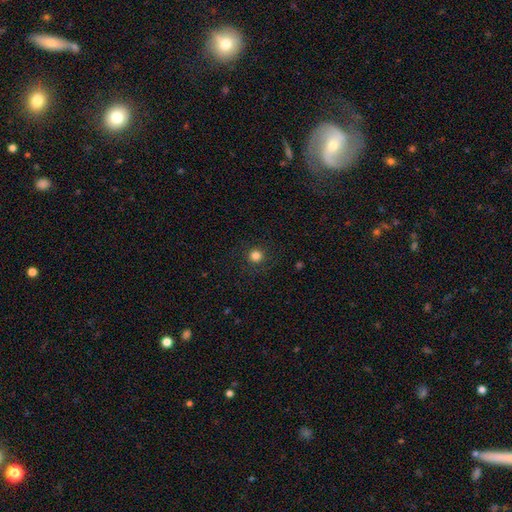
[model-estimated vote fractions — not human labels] A smooth galaxy with no disk features (83%) that is round (95%).

Vote fractions:
- Smooth or featured? smooth: 83% / star or artifact: 13% / featured or disk: 4%
- How rounded? round: 95% / in between: 4% / cigar-shaped: 1%
- Merging? none: 90% / minor disturbance: 6% / major disturbance: 3% / merger: 1%